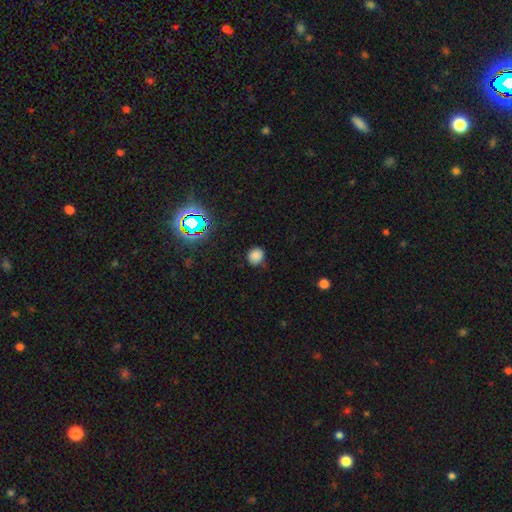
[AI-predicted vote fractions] This is likely a smooth galaxy (78%). How rounded: clearly round (84%). Merging: clearly none (81%).